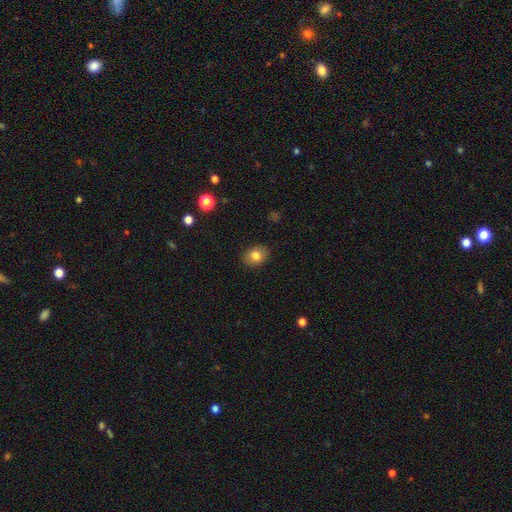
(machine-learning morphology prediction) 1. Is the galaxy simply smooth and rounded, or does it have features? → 81% smooth, 10% featured or disk, 9% star or artifact.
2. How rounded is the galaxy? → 57% in between, 42% round, 1% cigar-shaped.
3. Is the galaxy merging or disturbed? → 88% none, 9% minor disturbance, 2% major disturbance, 1% merger.